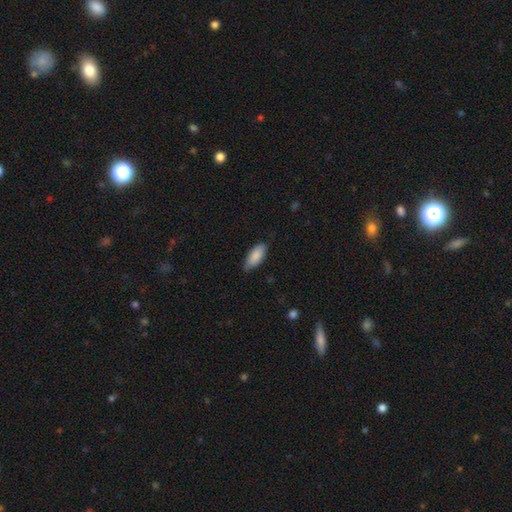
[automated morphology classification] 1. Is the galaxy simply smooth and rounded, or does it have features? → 87% smooth, 7% featured or disk, 6% star or artifact.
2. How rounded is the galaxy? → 87% in between, 11% cigar-shaped, 2% round.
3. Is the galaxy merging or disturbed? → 71% none, 24% minor disturbance, 3% major disturbance, 1% merger.